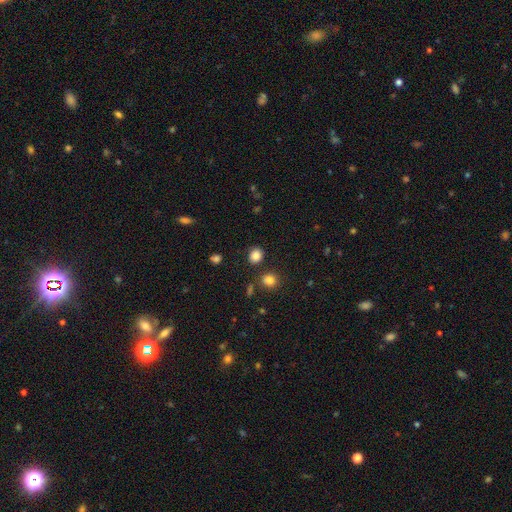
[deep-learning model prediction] smooth 85%, star or artifact 11%, featured or disk 4%. Down the decision tree: how rounded — round (67%); merging — none (85%).